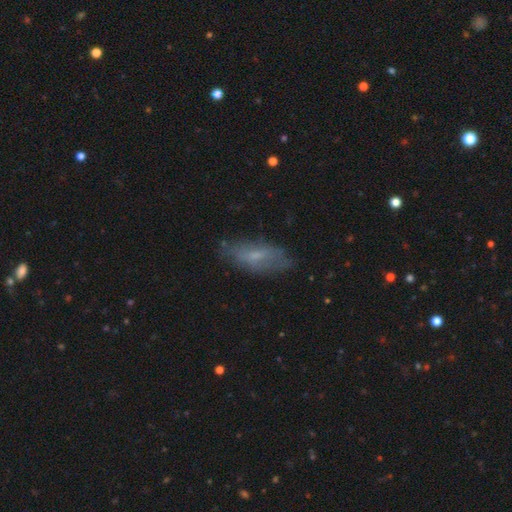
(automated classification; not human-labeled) Smooth or featured: smooth — 53% (featured or disk — 38%)
How rounded: in between — 70% (cigar-shaped — 27%)
Merging: none — 71% (minor disturbance — 21%)